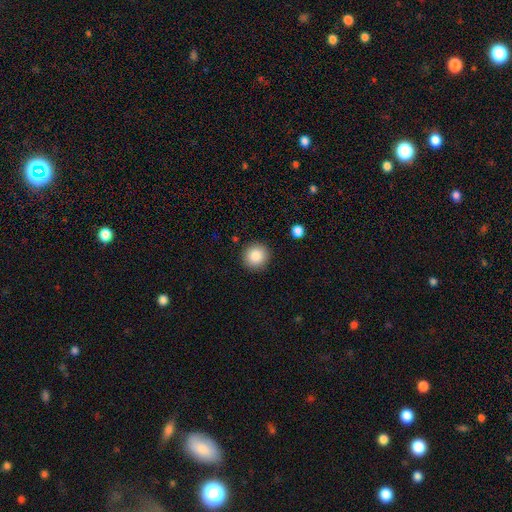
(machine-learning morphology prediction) Smooth or featured? smooth (87%)
How rounded? round (93%)
Merging? none (90%)